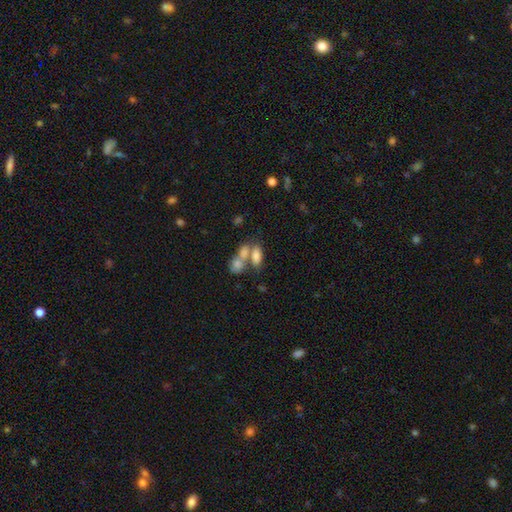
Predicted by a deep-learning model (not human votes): A smooth galaxy with no disk features (76%) that is in between round and cigar-shaped (86%).

Vote fractions:
- Smooth or featured? smooth: 76% / featured or disk: 14% / star or artifact: 10%
- How rounded? in between: 86% / cigar-shaped: 8% / round: 6%
- Merging? merger: 54% / none: 31% / minor disturbance: 9% / major disturbance: 6%